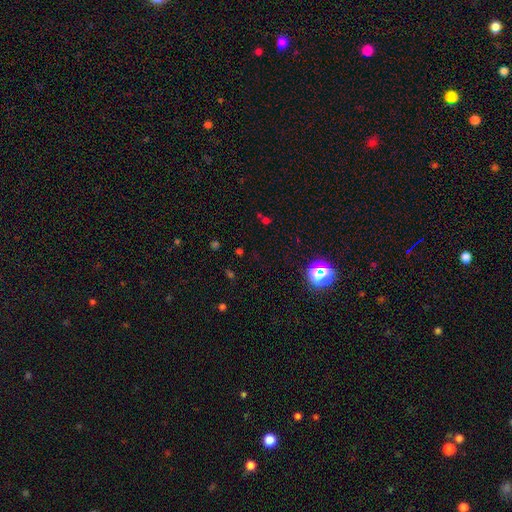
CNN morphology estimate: Smooth or featured: star or artifact — 62% (smooth — 31%)